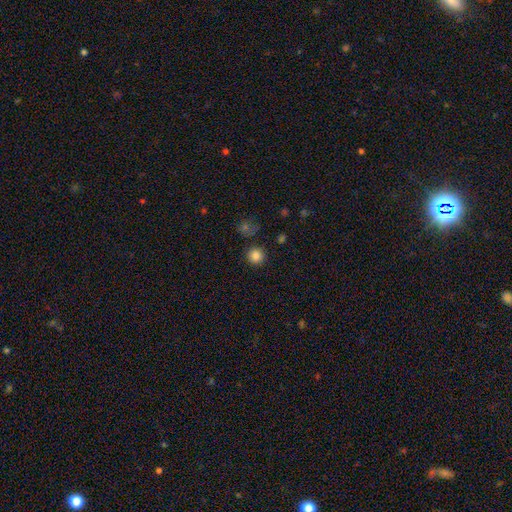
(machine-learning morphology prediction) type=smooth (84%); roundness=round (94%); merging=none (87%).